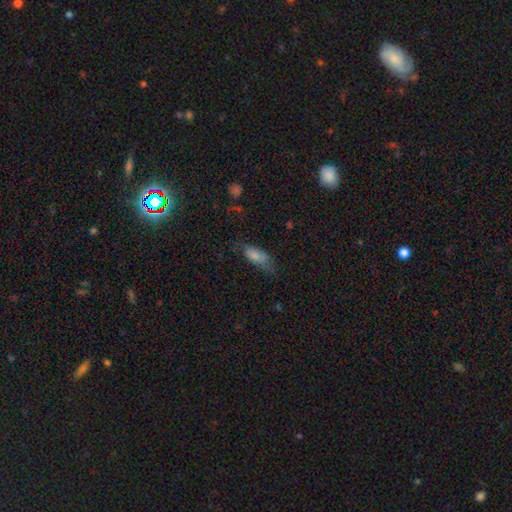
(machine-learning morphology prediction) Smooth or featured?
  - smooth: 75% *
  - featured or disk: 17%
  - star or artifact: 8%
How rounded?
  - in between: 82% *
  - cigar-shaped: 16%
  - round: 2%
Merging?
  - none: 48% *
  - minor disturbance: 33%
  - major disturbance: 16%
  - merger: 2%